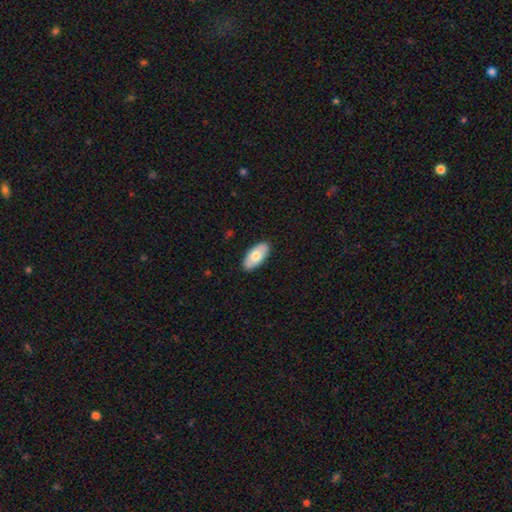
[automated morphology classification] Overall: smooth (72%). How rounded: in between (93%). Merging: none (89%).